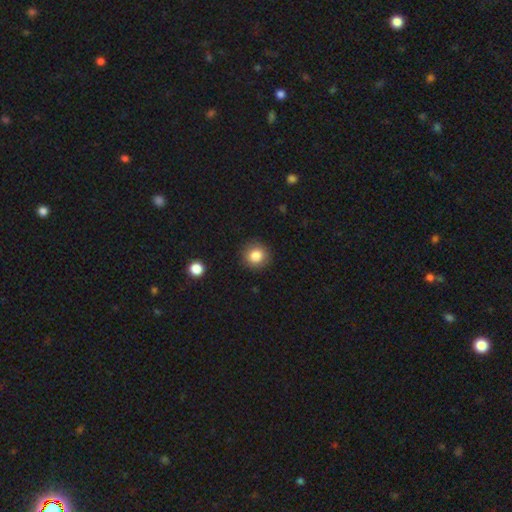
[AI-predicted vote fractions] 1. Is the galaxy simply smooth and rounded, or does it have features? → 84% smooth, 10% star or artifact, 6% featured or disk.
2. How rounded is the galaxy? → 91% round, 8% in between, 1% cigar-shaped.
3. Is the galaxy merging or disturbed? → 89% none, 7% minor disturbance, 2% major disturbance, 1% merger.